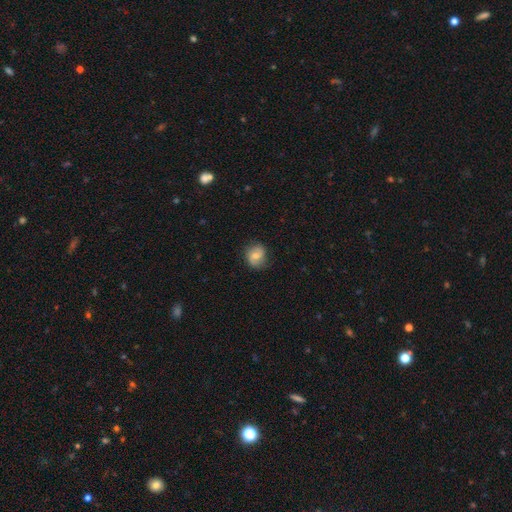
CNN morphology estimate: Smooth or featured? Predicted: smooth (p=0.53). How rounded? Predicted: round (p=0.73). Merging? Predicted: none (p=0.77).